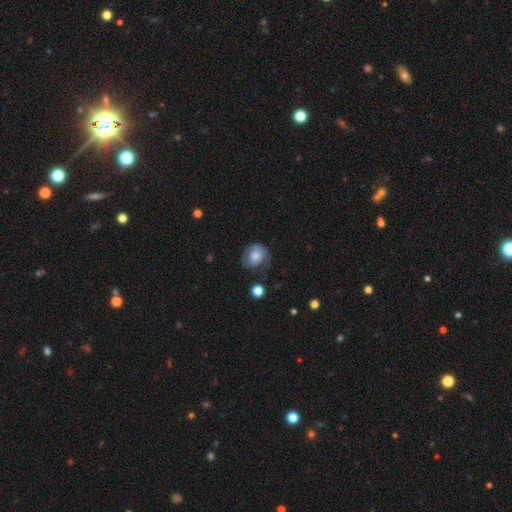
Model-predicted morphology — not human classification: smooth 70%, featured or disk 22%, star or artifact 8%. Down the decision tree: how rounded — round (69%); merging — none (51%).